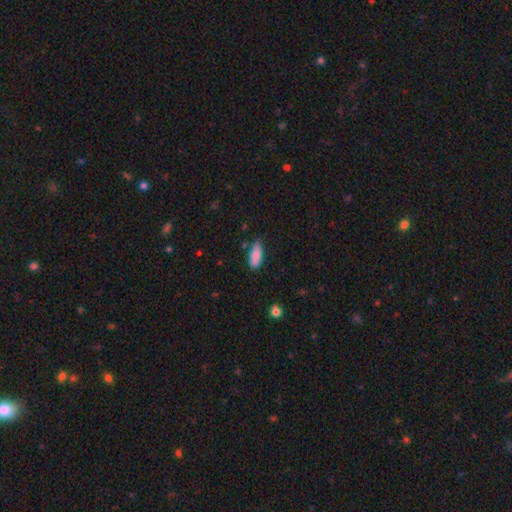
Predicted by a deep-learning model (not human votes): A smooth galaxy with no disk features (87%) that is in between round and cigar-shaped (81%).

Vote fractions:
- Smooth or featured? smooth: 87% / star or artifact: 7% / featured or disk: 6%
- How rounded? in between: 81% / cigar-shaped: 18% / round: 2%
- Merging? none: 73% / minor disturbance: 22% / major disturbance: 3% / merger: 2%